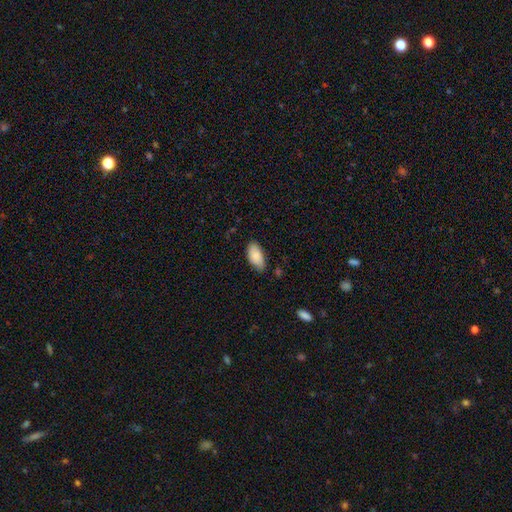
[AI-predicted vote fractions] A smooth galaxy with no disk features (84%) that is in between round and cigar-shaped (94%). Merging: none (69%).